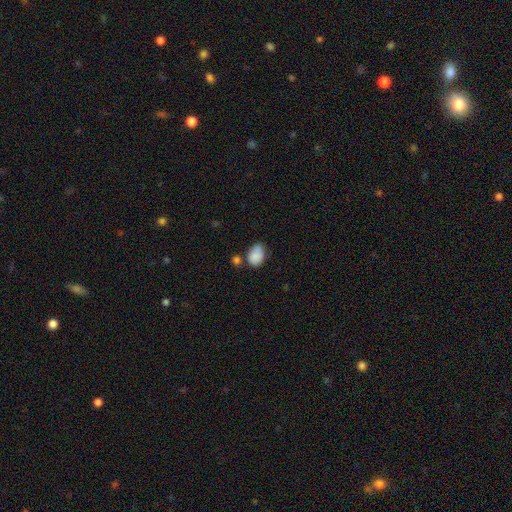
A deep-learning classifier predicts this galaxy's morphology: This appears to be a smooth galaxy with no disk features (85%) that is in between round and cigar-shaped (75%). Merging: none (50%).